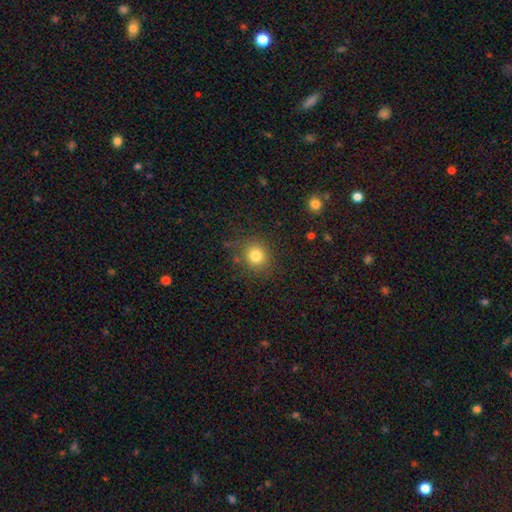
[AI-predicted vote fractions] A smooth galaxy with no disk features (81%) that is round (84%).

Vote fractions:
- Smooth or featured? smooth: 81% / star or artifact: 13% / featured or disk: 7%
- How rounded? round: 84% / in between: 15% / cigar-shaped: 1%
- Merging? none: 83% / minor disturbance: 11% / major disturbance: 4% / merger: 2%